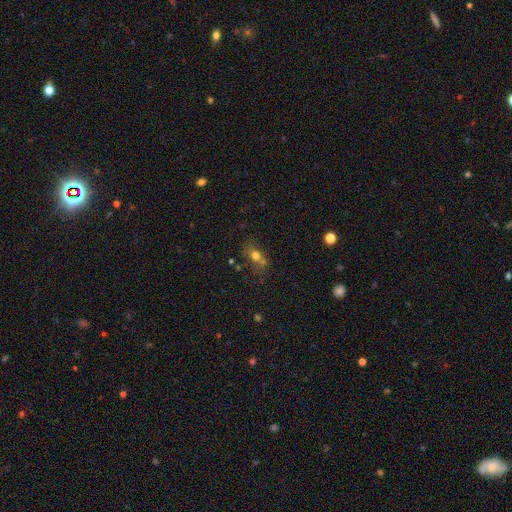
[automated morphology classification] Smooth or featured? smooth (68%)
How rounded? in between (58%)
Merging? none (52%)